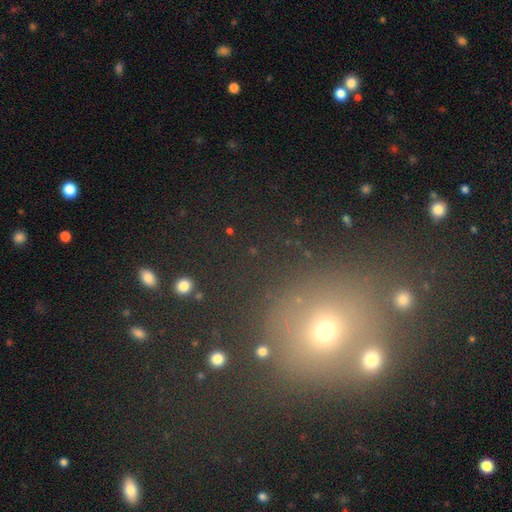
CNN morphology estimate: The model was most divided on "smooth or featured": smooth: 51%, star or artifact: 37%, featured or disk: 12%. More confident: how rounded — round (74%); merging — none (70%).